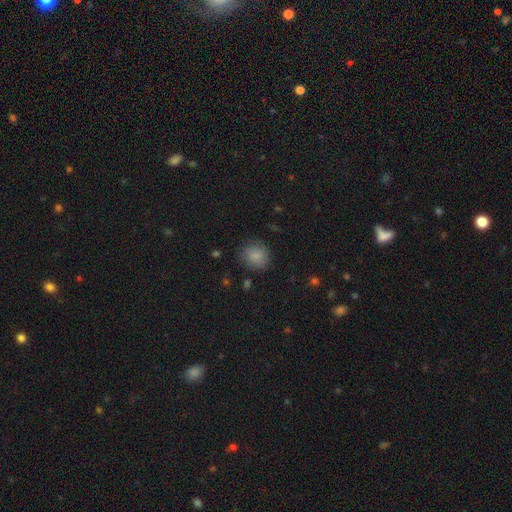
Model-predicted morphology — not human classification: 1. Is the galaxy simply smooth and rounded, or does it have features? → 84% smooth, 9% star or artifact, 7% featured or disk.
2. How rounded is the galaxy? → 79% round, 20% in between, 1% cigar-shaped.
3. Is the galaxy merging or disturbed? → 78% none, 16% minor disturbance, 5% major disturbance, 2% merger.